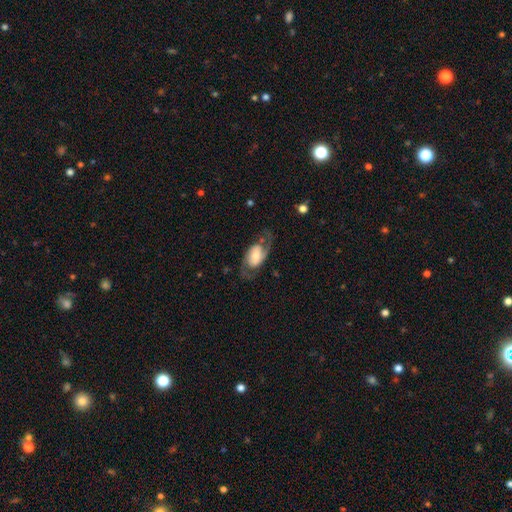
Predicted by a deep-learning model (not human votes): Smooth or featured: featured or disk — 75% (smooth — 19%)
Edge-on disk: no — 95% (yes — 5%)
Bar: no — 42% (weak — 38%)
Spiral arms: yes — 91% (no — 9%)
Spiral winding: medium — 48% (loose — 37%)
Spiral arm count: 2 — 90% (can't tell — 4%)
Bulge size: moderate — 36% (small — 29%)
Merging: none — 67% (minor disturbance — 16%)